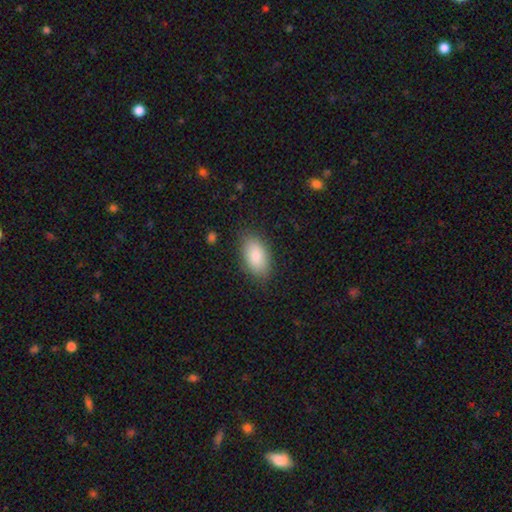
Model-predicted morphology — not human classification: smooth_or_featured: smooth (p=0.85) [alt: featured or disk p=0.08]
how_rounded: in between (p=0.93) [alt: round p=0.04]
merging: none (p=0.85) [alt: minor disturbance p=0.11]